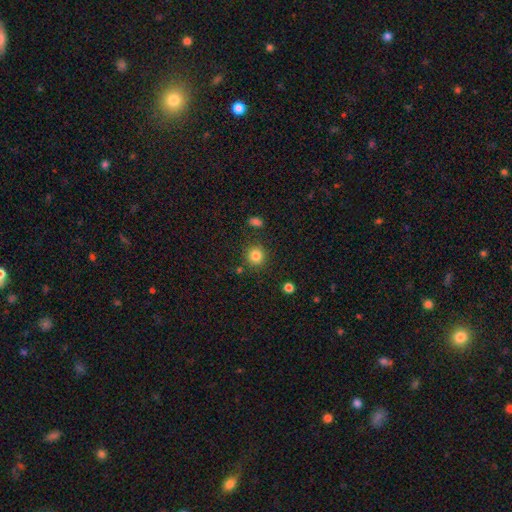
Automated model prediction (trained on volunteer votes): Smooth or featured: smooth — 83% (star or artifact — 12%)
How rounded: round — 92% (in between — 7%)
Merging: none — 85% (minor disturbance — 8%)